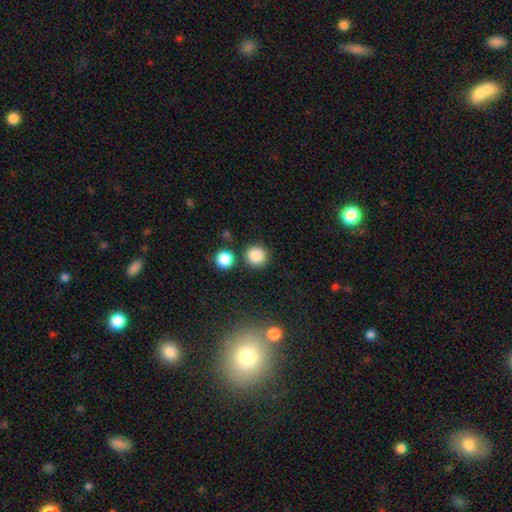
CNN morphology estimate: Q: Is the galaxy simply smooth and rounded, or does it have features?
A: smooth — 85%.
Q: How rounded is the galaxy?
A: round — 93%.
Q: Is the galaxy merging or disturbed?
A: none — 83%.